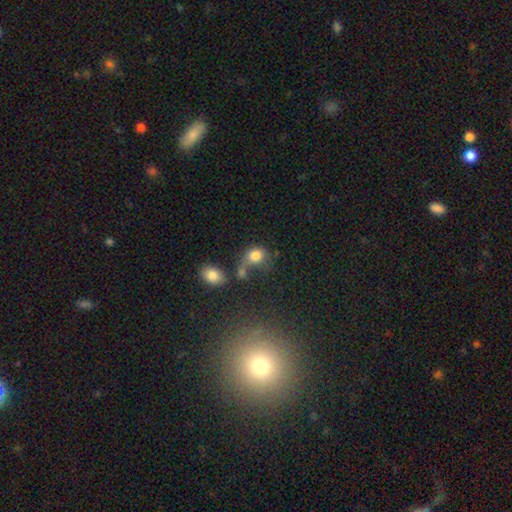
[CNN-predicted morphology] smooth 79%, star or artifact 11%, featured or disk 10%. Down the decision tree: how rounded — in between (50%); merging — merger (35%).